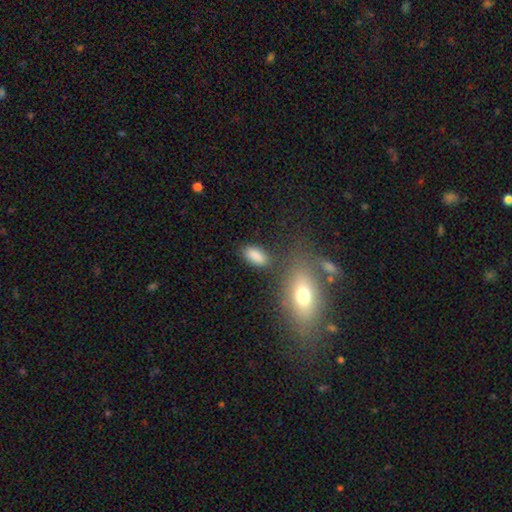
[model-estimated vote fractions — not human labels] This appears to be a smooth galaxy with no disk features (86%) that is in between round and cigar-shaped (89%). Merging: none (74%).